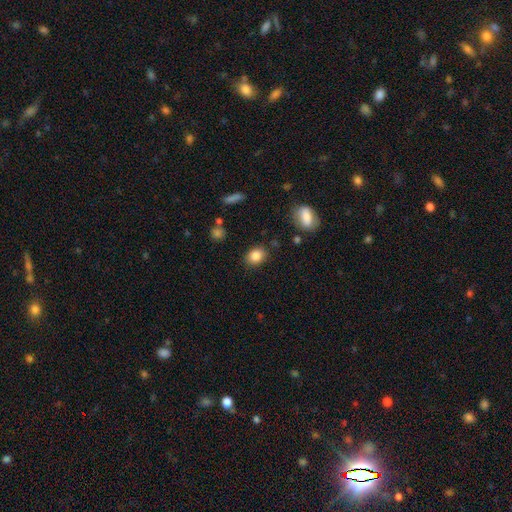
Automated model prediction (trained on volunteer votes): A smooth galaxy with no disk features (84%) that is in between round and cigar-shaped (55%).

Vote fractions:
- Smooth or featured? smooth: 84% / star or artifact: 10% / featured or disk: 6%
- How rounded? in between: 55% / round: 44% / cigar-shaped: 1%
- Merging? none: 83% / minor disturbance: 11% / major disturbance: 3% / merger: 2%